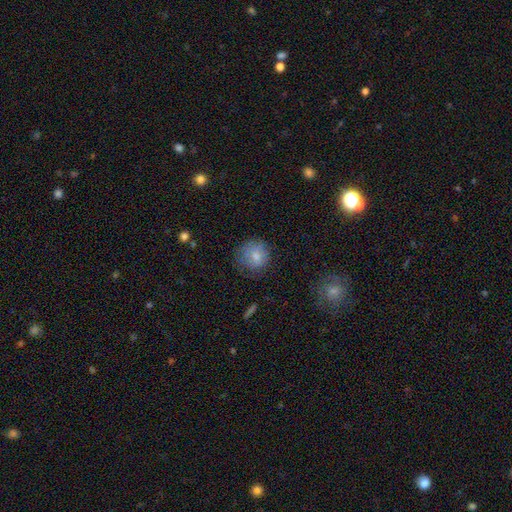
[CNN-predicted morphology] type=smooth (73%); roundness=round (85%); merging=none (68%).